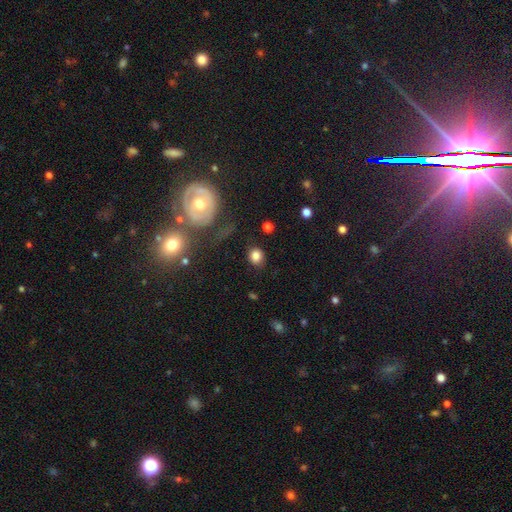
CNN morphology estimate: This appears to be a smooth galaxy with no disk features (81%) that is round (68%). Merging: none (78%).